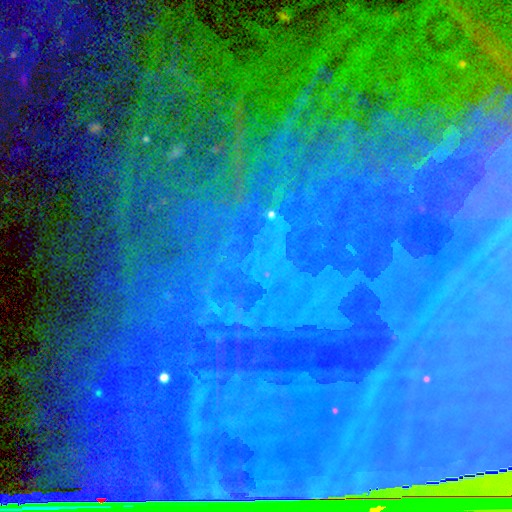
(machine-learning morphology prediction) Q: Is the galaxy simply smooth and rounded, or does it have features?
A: star or artifact — 84%.